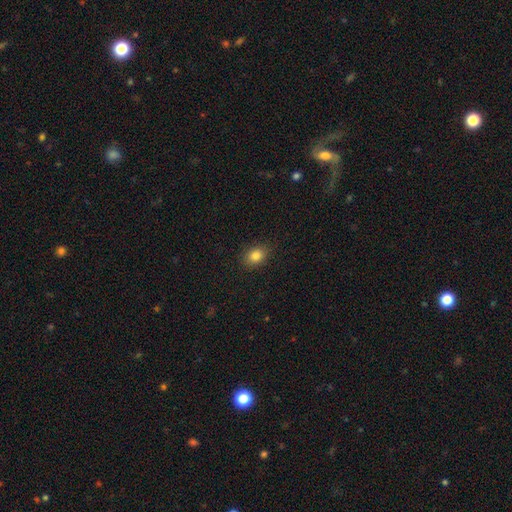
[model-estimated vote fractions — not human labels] This is clearly a smooth galaxy (84%). How rounded: likely in between (63%). Merging: clearly none (87%).